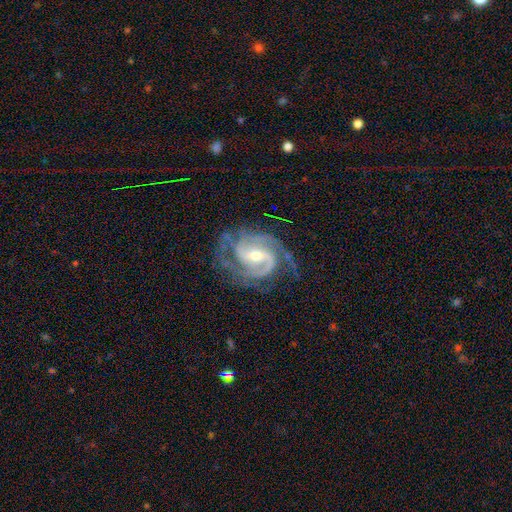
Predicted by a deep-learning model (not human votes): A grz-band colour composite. It shows a featured or disk galaxy (93%) with a weak bar (44%), 2 (49%) medium (48%) spiral arms (98%) and a small central bulge (51%). Merging: none (69%).